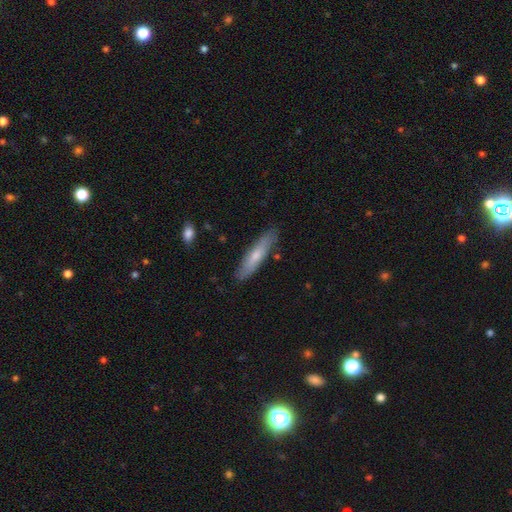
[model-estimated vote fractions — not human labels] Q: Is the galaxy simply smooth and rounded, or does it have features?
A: smooth — 62%.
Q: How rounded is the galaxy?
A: cigar-shaped — 79%.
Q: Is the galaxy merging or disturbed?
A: none — 82%.